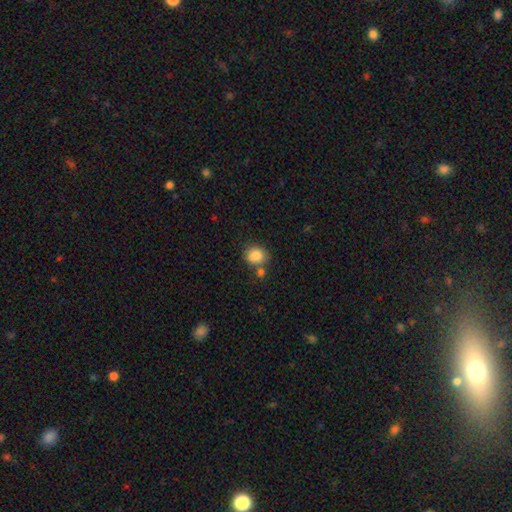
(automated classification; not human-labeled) Smooth or featured: smooth — 85% (star or artifact — 9%)
How rounded: round — 66% (in between — 33%)
Merging: none — 60% (merger — 20%)